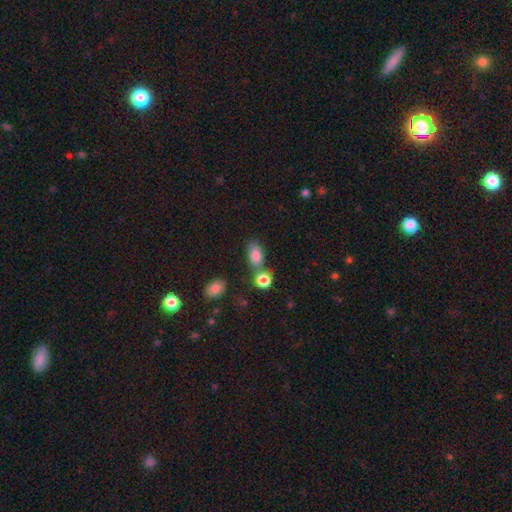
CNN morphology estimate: smooth_or_featured: smooth (p=0.83) [alt: star or artifact p=0.10]
how_rounded: in between (p=0.86) [alt: round p=0.12]
merging: none (p=0.56) [alt: merger p=0.23]